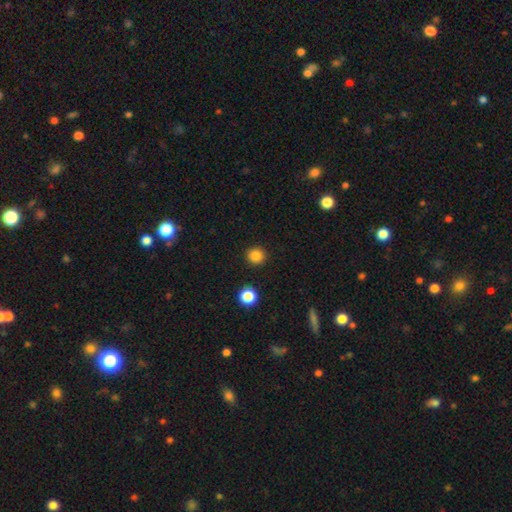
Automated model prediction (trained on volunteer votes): Smooth or featured? smooth (84%)
How rounded? round (91%)
Merging? none (91%)